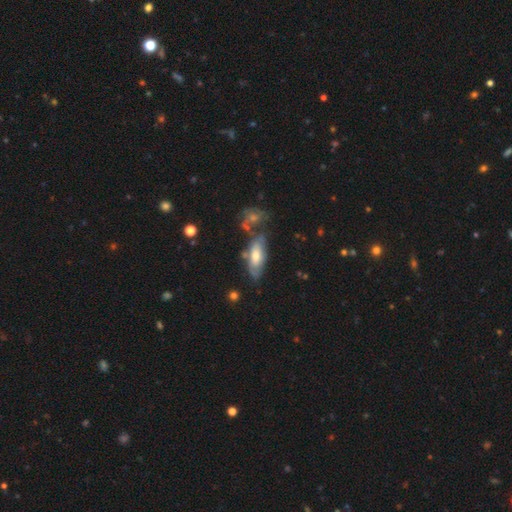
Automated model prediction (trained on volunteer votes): This appears to be a smooth galaxy with no disk features (49%). Merging: none (54%).